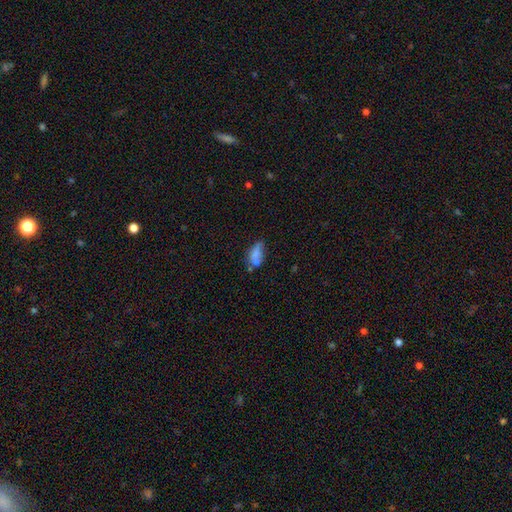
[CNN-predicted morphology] Overall: smooth (67%). How rounded: in between (85%). Merging: none (35%; minor disturbance 29%).